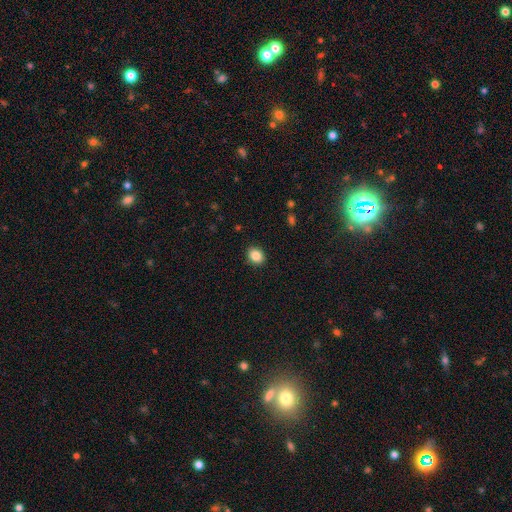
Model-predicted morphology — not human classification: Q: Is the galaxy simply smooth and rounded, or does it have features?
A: smooth — 87%.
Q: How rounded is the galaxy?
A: round — 51%.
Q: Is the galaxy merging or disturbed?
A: none — 90%.